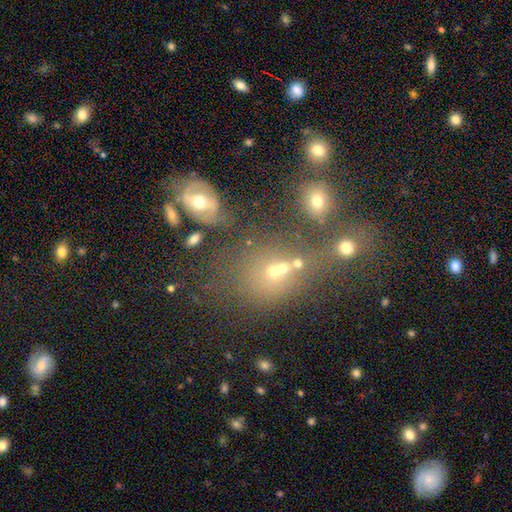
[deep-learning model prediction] Smooth or featured? smooth (49%)
Merging? none (46%)